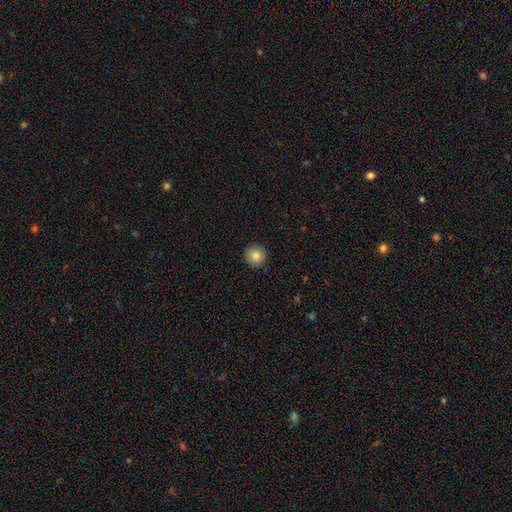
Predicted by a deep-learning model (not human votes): This is clearly a smooth galaxy (86%). How rounded: clearly round (95%). Merging: clearly none (91%).